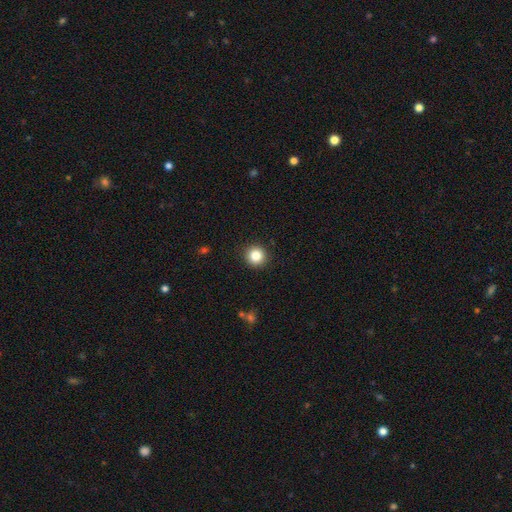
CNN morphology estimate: A smooth galaxy with no disk features (85%) that is round (95%). Merging: none (92%).